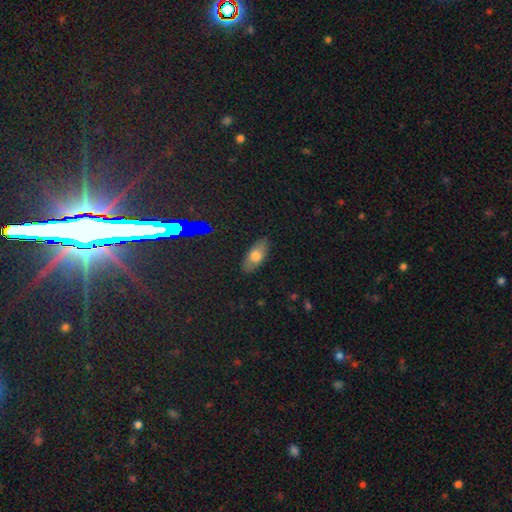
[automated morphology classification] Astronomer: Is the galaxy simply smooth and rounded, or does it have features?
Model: smooth — 72%.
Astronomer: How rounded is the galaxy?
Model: in between — 83%.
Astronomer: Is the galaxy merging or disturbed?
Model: none — 85%.